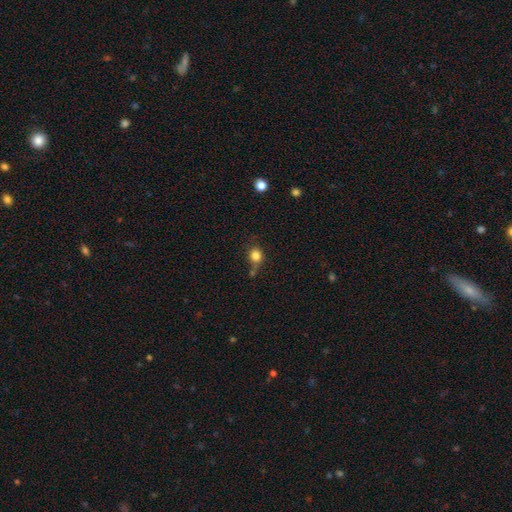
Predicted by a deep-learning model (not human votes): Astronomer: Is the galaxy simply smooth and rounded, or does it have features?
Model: smooth — 82%.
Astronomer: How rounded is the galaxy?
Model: round — 78%.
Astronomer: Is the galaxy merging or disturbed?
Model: none — 61%.